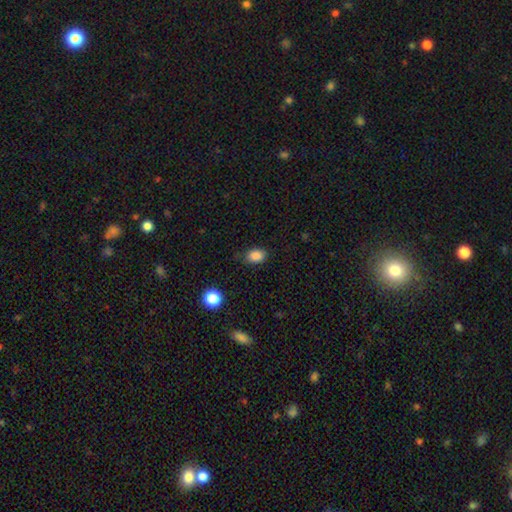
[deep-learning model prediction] The model was most divided on "how rounded": in between: 72%, round: 26%, cigar-shaped: 1%. More confident: smooth or featured — smooth (86%); merging — none (77%).